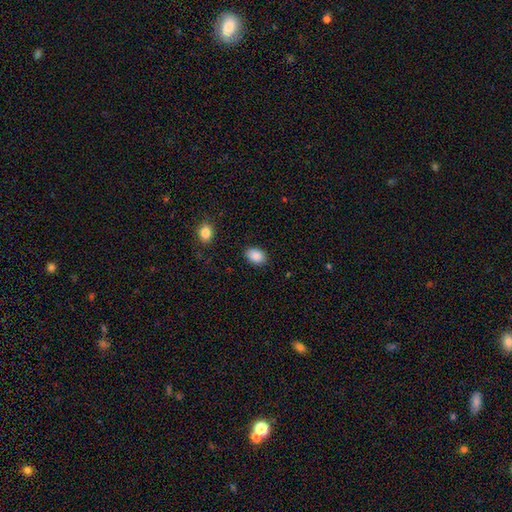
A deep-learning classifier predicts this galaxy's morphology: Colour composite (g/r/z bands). It shows a smooth galaxy with no disk features (89%) that is in between round and cigar-shaped (82%). Merging: none (87%).